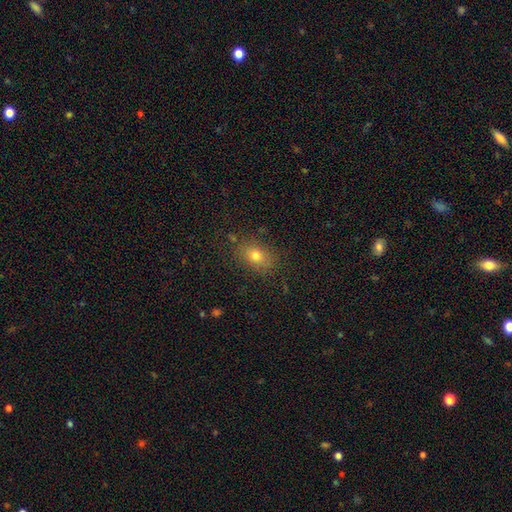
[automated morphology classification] smooth 73%, star or artifact 14%, featured or disk 12%. Down the decision tree: how rounded — in between (70%); merging — none (82%).